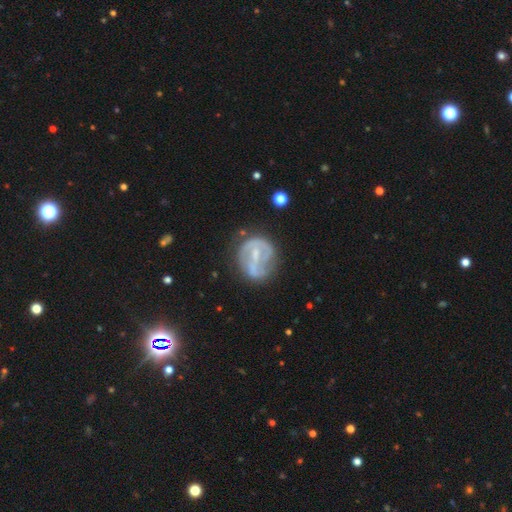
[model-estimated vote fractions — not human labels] featured or disk 76%, smooth 16%, star or artifact 7%. Down the decision tree: edge-on disk — no (97%); bar — weak (45%); spiral arms — yes (78%); spiral arm count — 2 (60%); spiral winding — medium (42%); bulge size — small (58%); merging — none (60%).